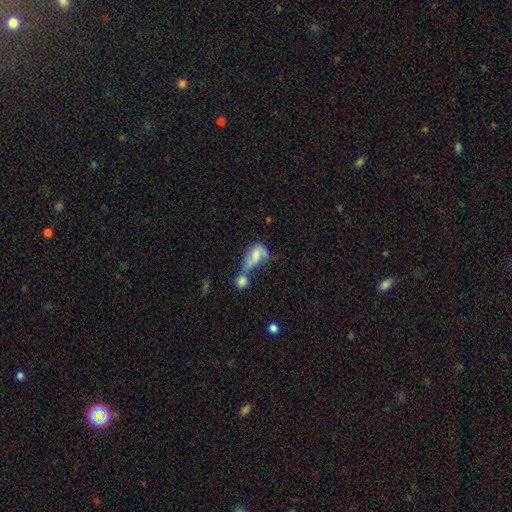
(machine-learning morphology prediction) A smooth galaxy with no disk features (58%) that is in between round and cigar-shaped (80%).

Vote fractions:
- Smooth or featured? smooth: 58% / featured or disk: 32% / star or artifact: 10%
- How rounded? in between: 80% / round: 12% / cigar-shaped: 9%
- Merging? merger: 57% / major disturbance: 18% / none: 14% / minor disturbance: 11%